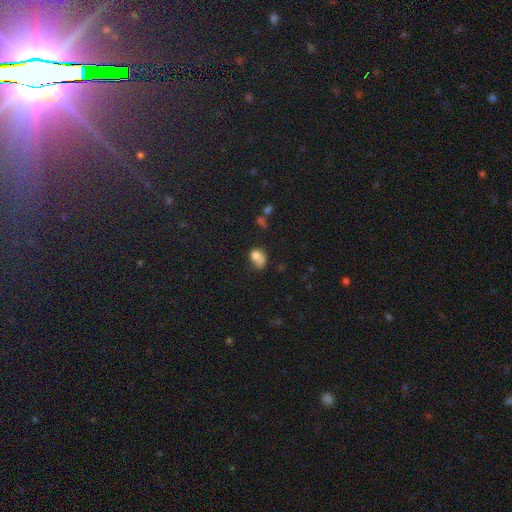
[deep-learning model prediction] A smooth galaxy with no disk features (73%) that is in between round and cigar-shaped (60%).

Vote fractions:
- Smooth or featured? smooth: 73% / featured or disk: 15% / star or artifact: 12%
- How rounded? in between: 60% / round: 38% / cigar-shaped: 2%
- Merging? merger: 39% / none: 28% / minor disturbance: 19% / major disturbance: 14%